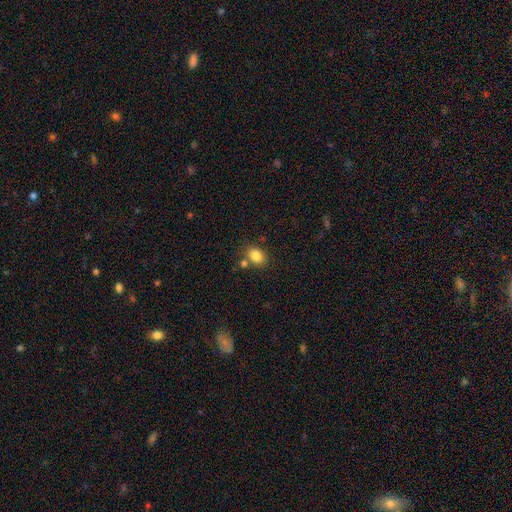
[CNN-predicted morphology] The model was most divided on "how rounded": in between: 64%, round: 35%, cigar-shaped: 1%. More confident: smooth or featured — smooth (84%); merging — none (69%).